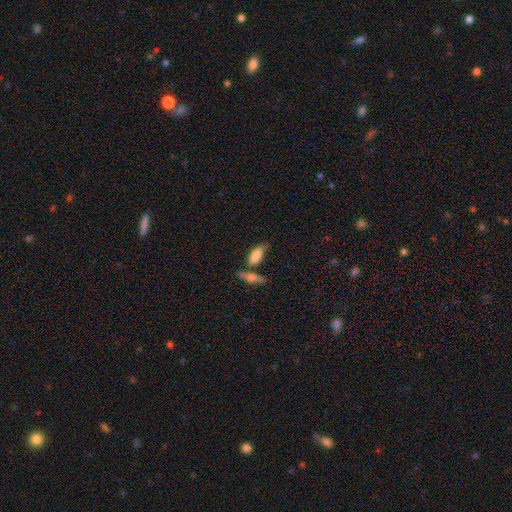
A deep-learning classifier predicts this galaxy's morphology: Smooth or featured: smooth — 77% (featured or disk — 15%)
How rounded: in between — 80% (cigar-shaped — 17%)
Merging: none — 44% (merger — 26%)